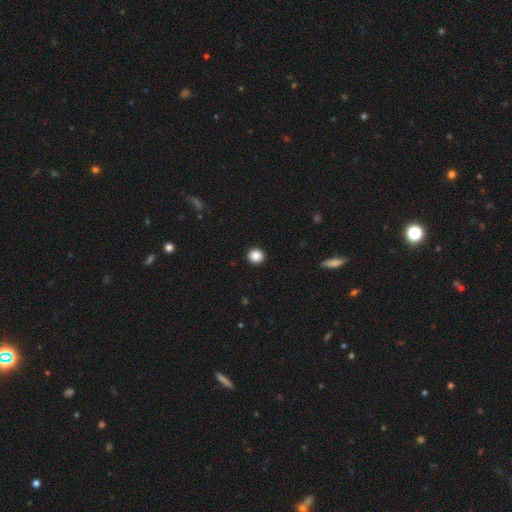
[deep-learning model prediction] smooth 87%, star or artifact 10%, featured or disk 4%. Down the decision tree: how rounded — round (93%); merging — none (94%).